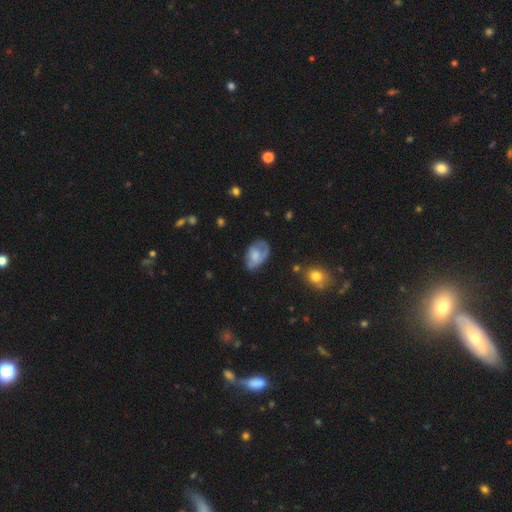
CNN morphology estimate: Smooth or featured? smooth (48%)
Merging? none (53%)